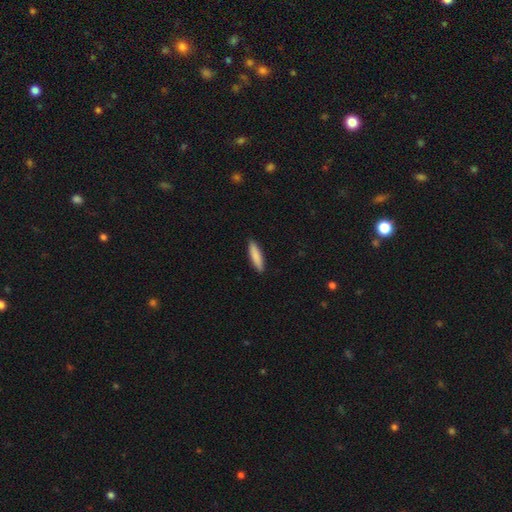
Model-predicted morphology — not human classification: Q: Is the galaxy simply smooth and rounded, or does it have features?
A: smooth — 86%.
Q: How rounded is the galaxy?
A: cigar-shaped — 78%.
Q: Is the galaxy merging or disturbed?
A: none — 91%.